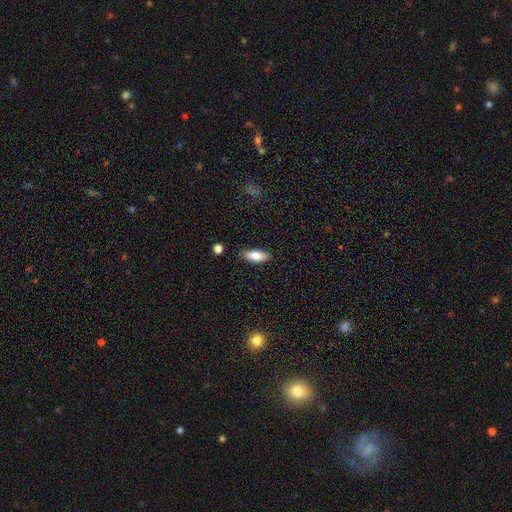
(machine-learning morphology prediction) A smooth galaxy with no disk features (76%) that is in between round and cigar-shaped (72%).

Vote fractions:
- Smooth or featured? smooth: 76% / featured or disk: 17% / star or artifact: 7%
- How rounded? in between: 72% / cigar-shaped: 25% / round: 2%
- Merging? none: 87% / minor disturbance: 9% / major disturbance: 2% / merger: 2%